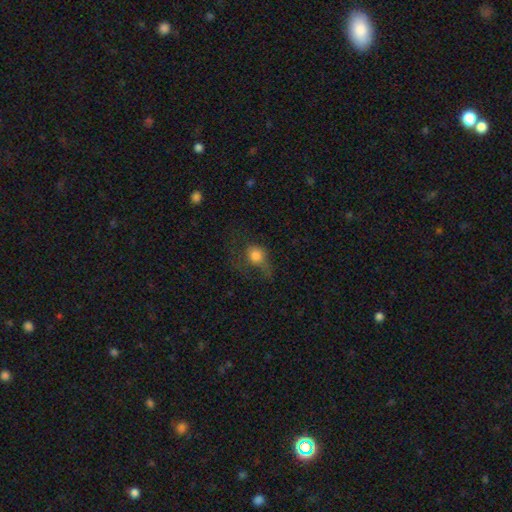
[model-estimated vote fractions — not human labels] Smooth or featured: smooth — 71% (featured or disk — 17%)
How rounded: round — 72% (in between — 26%)
Merging: major disturbance — 42% (none — 32%)